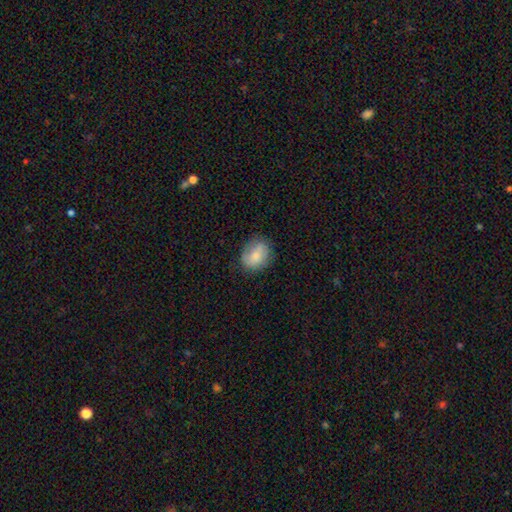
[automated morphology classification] smooth-or-featured: smooth: 74% | featured or disk: 18% | star or artifact: 8%
  how-rounded: in between: 57% | round: 42% | cigar-shaped: 1%
  merging: none: 74% | minor disturbance: 19% | major disturbance: 5% | merger: 1%